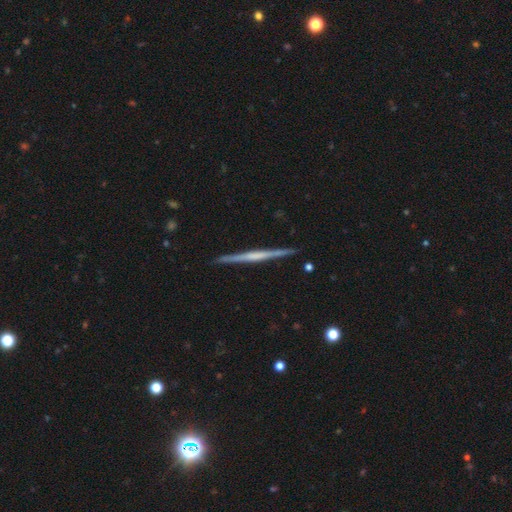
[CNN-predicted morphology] Smooth or featured?
  - featured or disk: 72% *
  - smooth: 23%
  - star or artifact: 5%
Edge-on disk?
  - yes: 98% *
  - no: 2%
Edge-on bulge?
  - none: 59% *
  - rounded: 25%
  - boxy: 16%
Merging?
  - none: 92% *
  - minor disturbance: 6%
  - major disturbance: 1%
  - merger: 1%